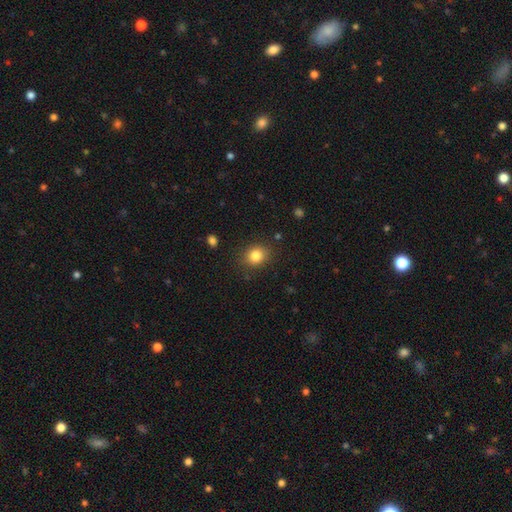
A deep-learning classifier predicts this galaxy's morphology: A smooth galaxy with no disk features (83%) that is round (66%). Merging: none (85%).